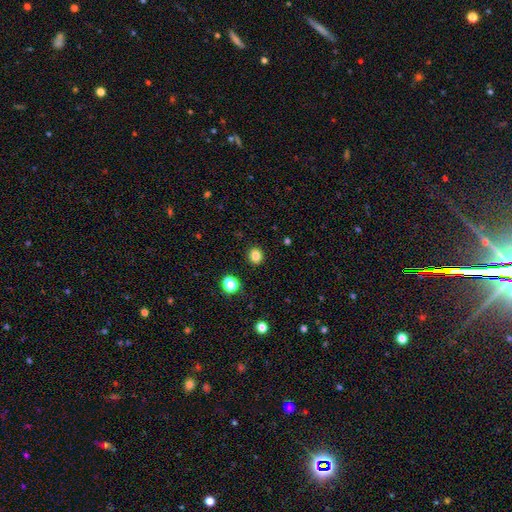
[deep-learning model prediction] A smooth galaxy with no disk features (84%) that is round (72%). Merging: none (91%).